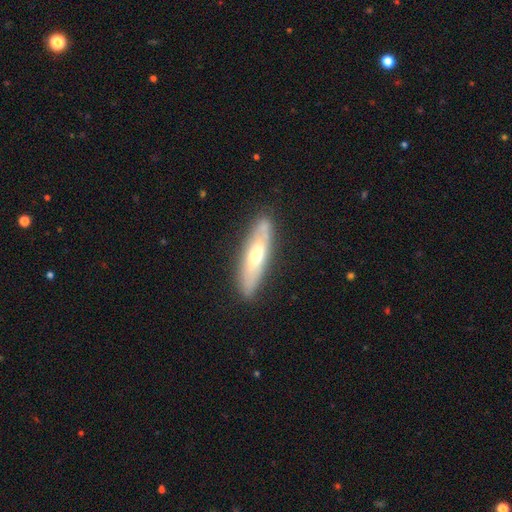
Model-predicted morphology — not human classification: featured or disk 56%, smooth 38%, star or artifact 6%. Down the decision tree: edge-on disk — yes (52%); merging — none (82%).